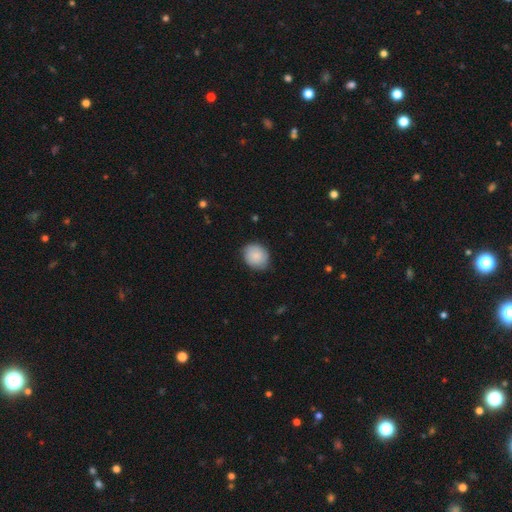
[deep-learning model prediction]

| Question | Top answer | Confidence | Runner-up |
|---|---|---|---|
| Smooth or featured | smooth | 85% | featured or disk (9%) |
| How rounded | round | 67% | in between (32%) |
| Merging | none | 79% | minor disturbance (17%) |